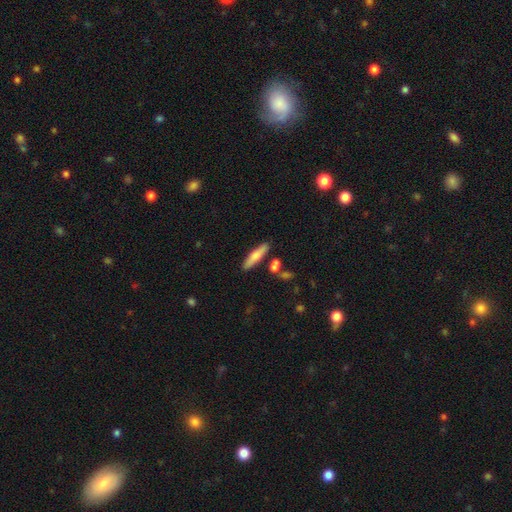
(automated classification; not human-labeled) Smooth or featured? smooth (67%)
How rounded? cigar-shaped (79%)
Merging? none (81%)